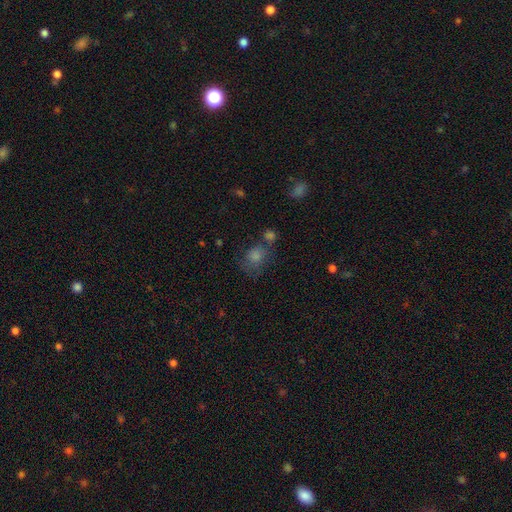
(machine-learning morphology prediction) The model was most divided on "how rounded": round: 65%, in between: 34%, cigar-shaped: 2%. More confident: smooth or featured — smooth (57%); merging — none (56%).